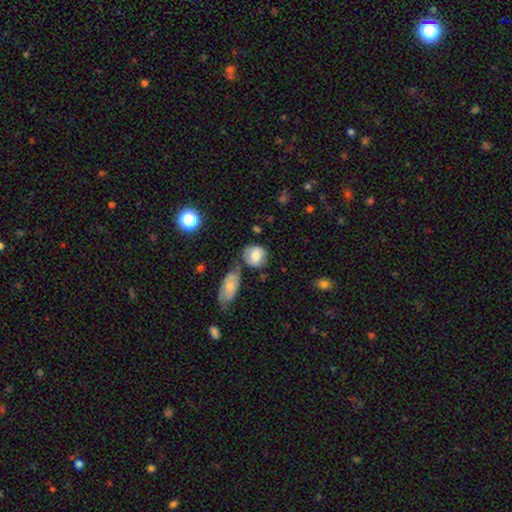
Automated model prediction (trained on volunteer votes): smooth 66%, featured or disk 26%, star or artifact 8%. Down the decision tree: how rounded — round (72%); merging — none (58%).